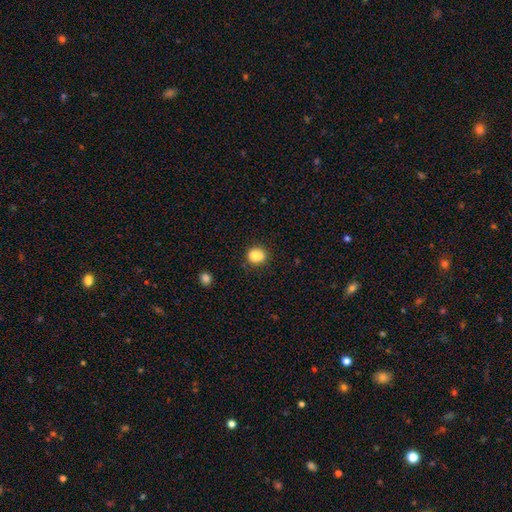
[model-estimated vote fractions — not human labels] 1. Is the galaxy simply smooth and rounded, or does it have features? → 80% smooth, 10% featured or disk, 10% star or artifact.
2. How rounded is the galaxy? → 71% round, 28% in between, 1% cigar-shaped.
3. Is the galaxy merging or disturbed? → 55% none, 24% merger, 16% minor disturbance, 5% major disturbance.